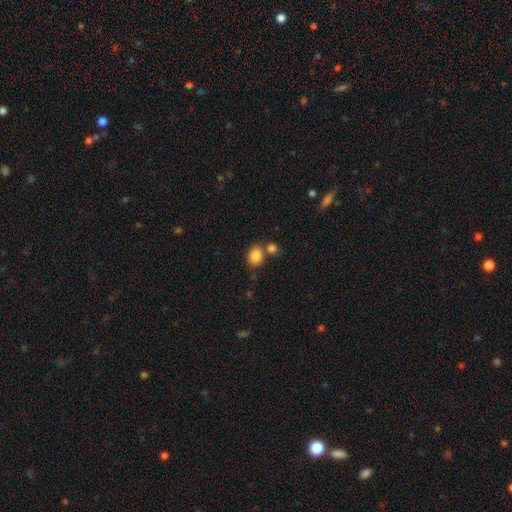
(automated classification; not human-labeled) smooth_or_featured: smooth (p=0.85) [alt: star or artifact p=0.09]
how_rounded: in between (p=0.52) [alt: round p=0.47]
merging: none (p=0.58) [alt: merger p=0.26]